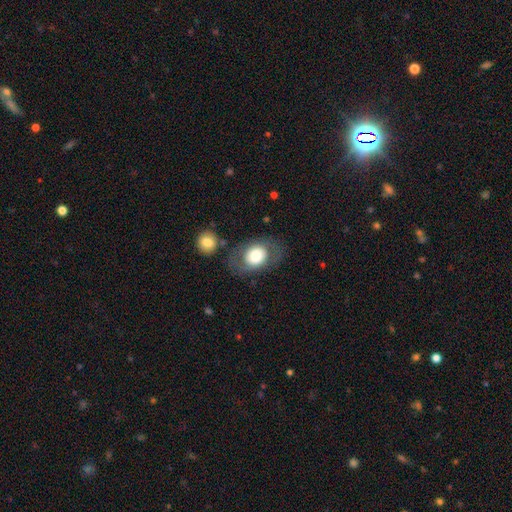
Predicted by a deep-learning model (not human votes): smooth 69%, featured or disk 25%, star or artifact 7%. Down the decision tree: how rounded — in between (65%); merging — none (71%).